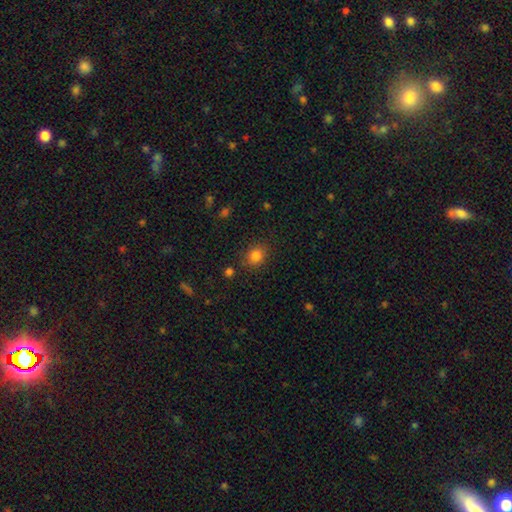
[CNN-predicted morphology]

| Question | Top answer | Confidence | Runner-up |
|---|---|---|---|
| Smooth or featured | smooth | 83% | star or artifact (12%) |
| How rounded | round | 66% | in between (33%) |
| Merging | none | 80% | minor disturbance (13%) |